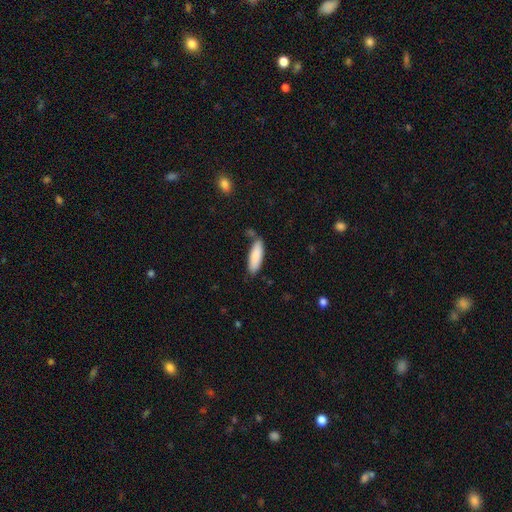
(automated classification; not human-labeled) The model was most divided on "how rounded": in between: 52%, cigar-shaped: 47%, round: 1%. More confident: smooth or featured — smooth (87%); merging — none (71%).